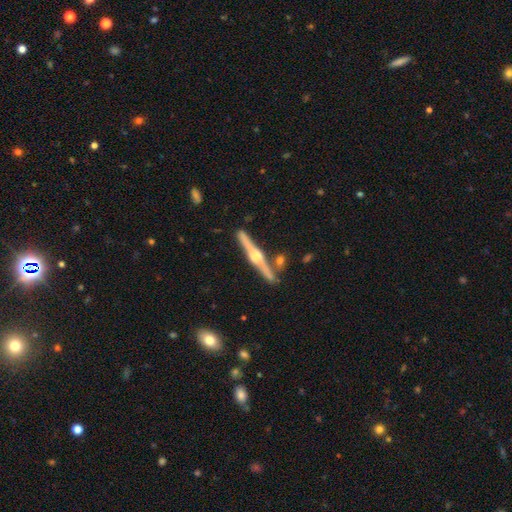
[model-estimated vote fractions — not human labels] Smooth or featured?
  - featured or disk: 82% *
  - smooth: 12%
  - star or artifact: 5%
Edge-on disk?
  - yes: 98% *
  - no: 2%
Edge-on bulge?
  - rounded: 90% *
  - boxy: 7%
  - none: 3%
Merging?
  - none: 83% *
  - minor disturbance: 9%
  - merger: 6%
  - major disturbance: 2%